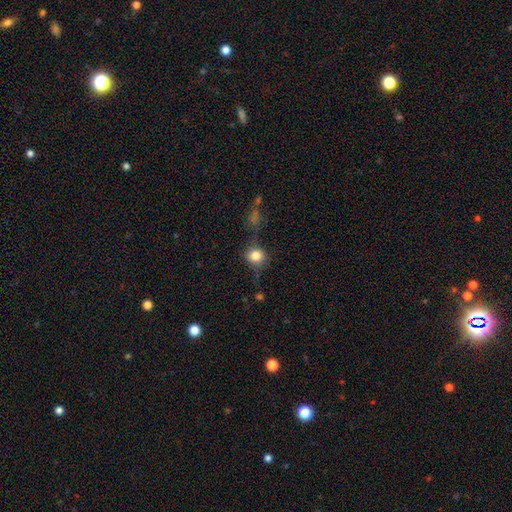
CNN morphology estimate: smooth_or_featured: smooth (p=0.74) [alt: featured or disk p=0.14]
how_rounded: round (p=0.84) [alt: in between p=0.15]
merging: none (p=0.67) [alt: minor disturbance p=0.19]